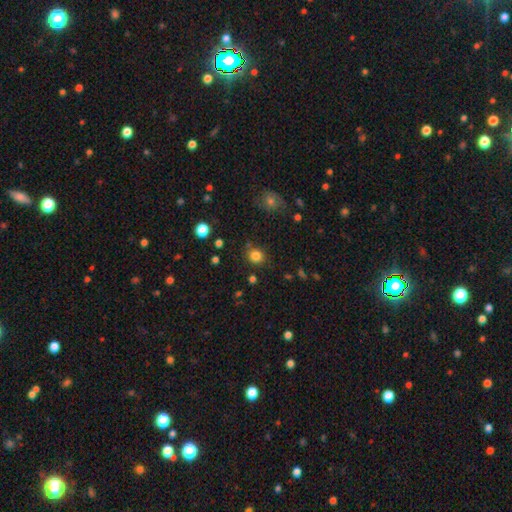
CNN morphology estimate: Smooth or featured? Predicted: smooth (p=0.82). How rounded? Predicted: round (p=0.83). Merging? Predicted: none (p=0.81).